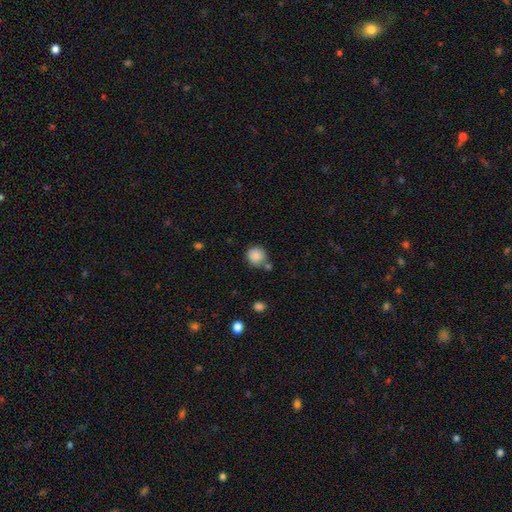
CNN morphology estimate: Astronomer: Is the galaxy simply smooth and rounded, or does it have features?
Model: smooth — 87%.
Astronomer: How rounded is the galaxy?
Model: round — 91%.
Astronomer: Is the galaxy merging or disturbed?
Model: none — 70%.